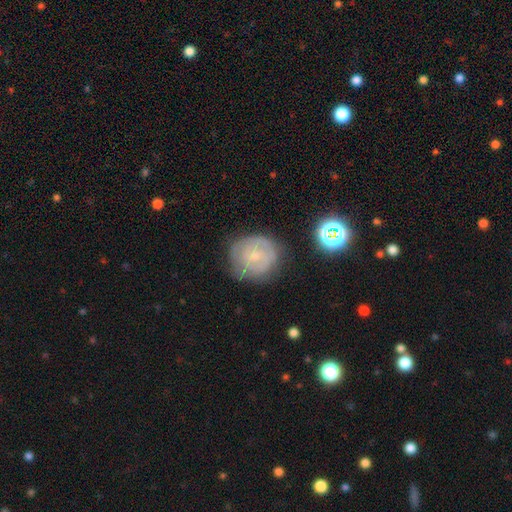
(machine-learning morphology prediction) Smooth or featured? featured or disk (61%)
Edge-on disk? no (98%)
Bar? no (60%)
Spiral arms? yes (79%)
Bulge size? small (68%)
Merging? none (66%)